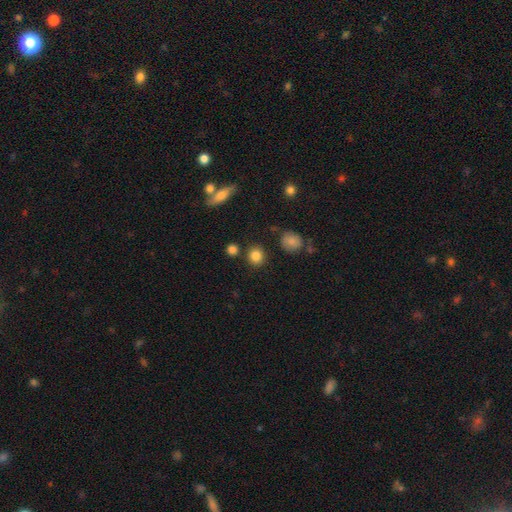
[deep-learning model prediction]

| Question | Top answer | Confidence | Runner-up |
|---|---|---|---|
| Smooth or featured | smooth | 83% | star or artifact (11%) |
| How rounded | round | 86% | in between (13%) |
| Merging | none | 84% | minor disturbance (8%) |